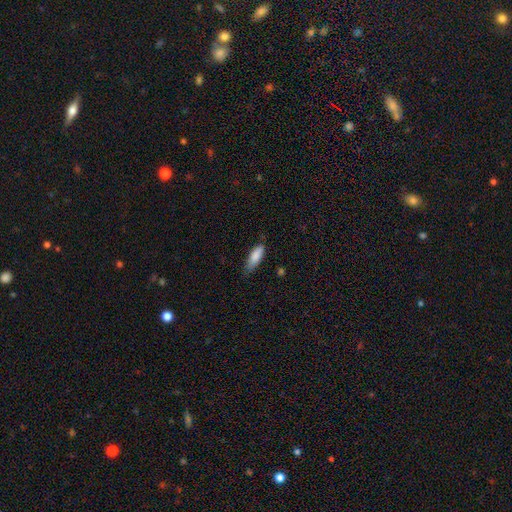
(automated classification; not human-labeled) Smooth or featured?
  - smooth: 85% *
  - featured or disk: 9%
  - star or artifact: 6%
How rounded?
  - in between: 57% *
  - cigar-shaped: 41%
  - round: 2%
Merging?
  - none: 62% *
  - minor disturbance: 31%
  - major disturbance: 5%
  - merger: 2%